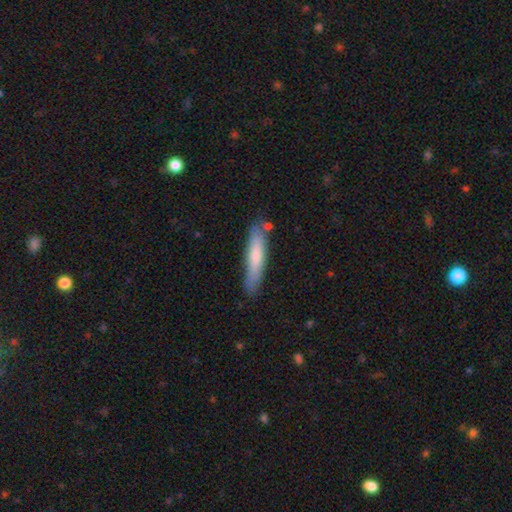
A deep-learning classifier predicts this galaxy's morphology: The model was most divided on "smooth or featured": smooth: 72%, featured or disk: 23%, star or artifact: 6%. More confident: how rounded — cigar-shaped (86%); merging — none (77%).